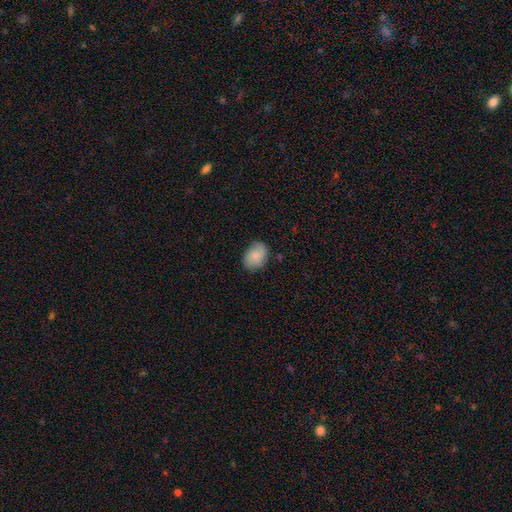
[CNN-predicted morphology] The model was most divided on "merging": none: 77%, minor disturbance: 18%, major disturbance: 4%, merger: 1%. More confident: smooth or featured — smooth (82%); how rounded — in between (79%).